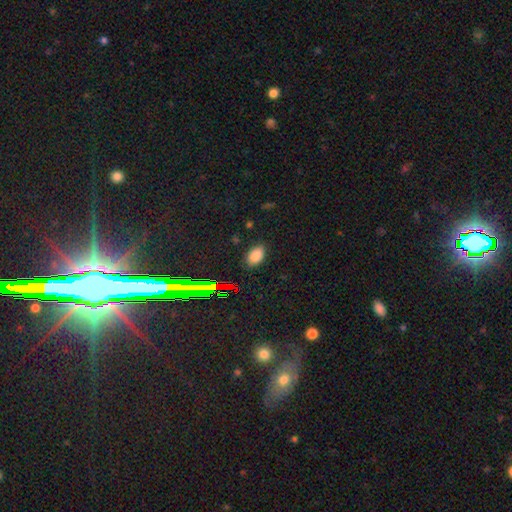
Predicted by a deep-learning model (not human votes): Smooth or featured? Predicted: smooth (p=0.80). How rounded? Predicted: in between (p=0.89). Merging? Predicted: none (p=0.85).